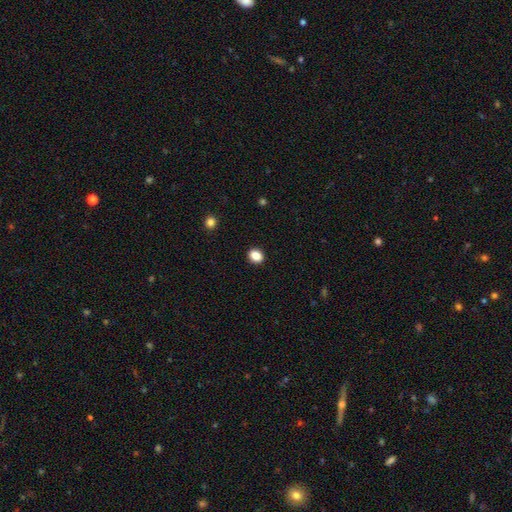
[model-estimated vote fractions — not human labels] smooth_or_featured: smooth (p=0.87) [alt: star or artifact p=0.10]
how_rounded: round (p=0.59) [alt: in between p=0.40]
merging: none (p=0.91) [alt: minor disturbance p=0.06]